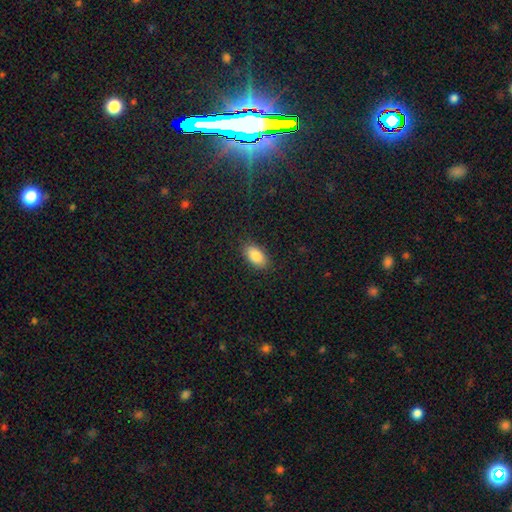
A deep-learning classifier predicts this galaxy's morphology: A smooth galaxy with no disk features (87%) that is in between round and cigar-shaped (94%). Merging: none (87%).